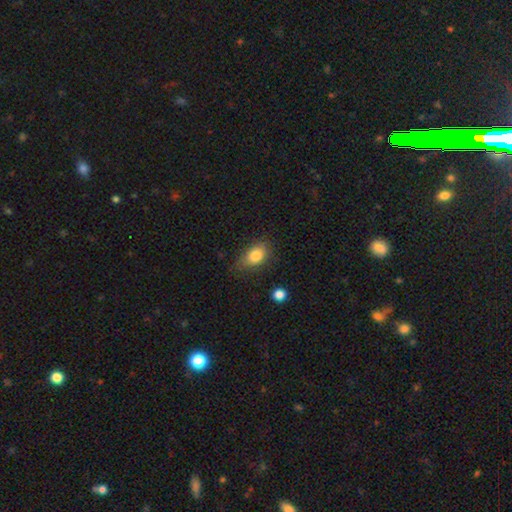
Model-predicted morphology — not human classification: The model was most divided on "merging": none: 69%, minor disturbance: 23%, major disturbance: 5%, merger: 2%. More confident: smooth or featured — smooth (83%); how rounded — in between (82%).